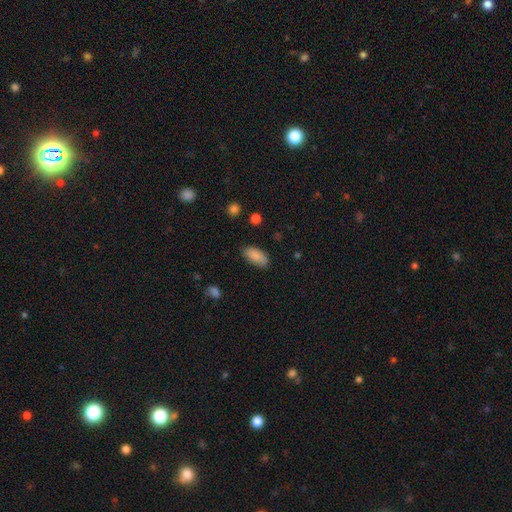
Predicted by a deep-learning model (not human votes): Overall: smooth (88%). How rounded: in between (90%). Merging: none (82%).